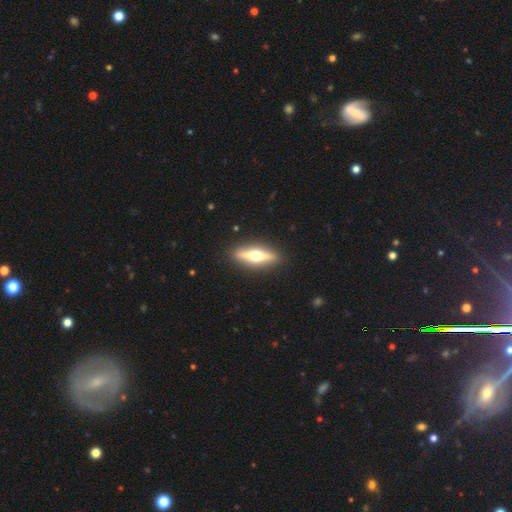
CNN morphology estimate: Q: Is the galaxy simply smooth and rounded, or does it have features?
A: featured or disk — 66%.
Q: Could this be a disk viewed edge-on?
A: yes — 94%.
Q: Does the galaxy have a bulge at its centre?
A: rounded — 96%.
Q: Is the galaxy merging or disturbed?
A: none — 91%.